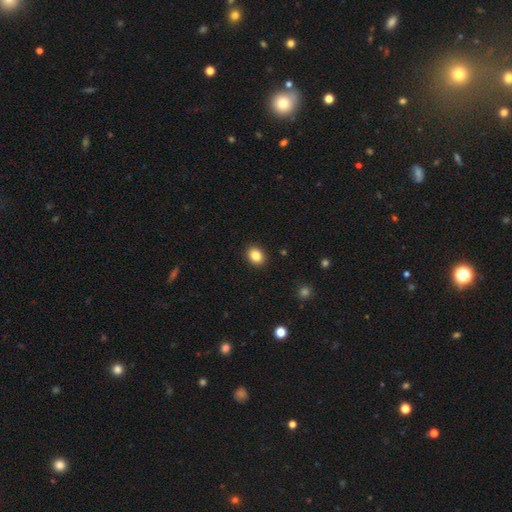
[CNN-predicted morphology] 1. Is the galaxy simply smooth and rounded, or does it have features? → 86% smooth, 9% star or artifact, 5% featured or disk.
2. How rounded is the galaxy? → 52% in between, 47% round, 1% cigar-shaped.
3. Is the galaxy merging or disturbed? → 91% none, 6% minor disturbance, 2% major disturbance, 1% merger.